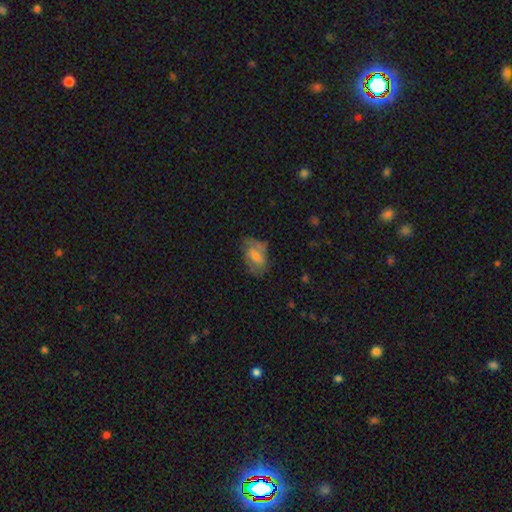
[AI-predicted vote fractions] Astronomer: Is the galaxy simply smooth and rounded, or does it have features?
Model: smooth — 54% (runner-up: featured or disk, 37%).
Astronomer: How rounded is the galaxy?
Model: in between — 88%.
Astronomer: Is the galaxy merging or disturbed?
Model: none — 56%.